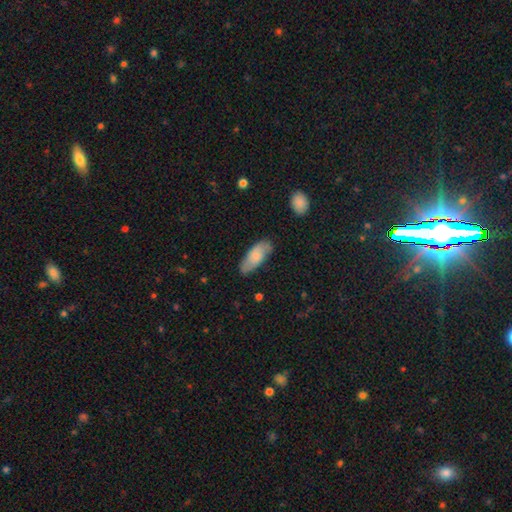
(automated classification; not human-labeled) Overall: smooth (72%). How rounded: in between (79%). Merging: none (76%).